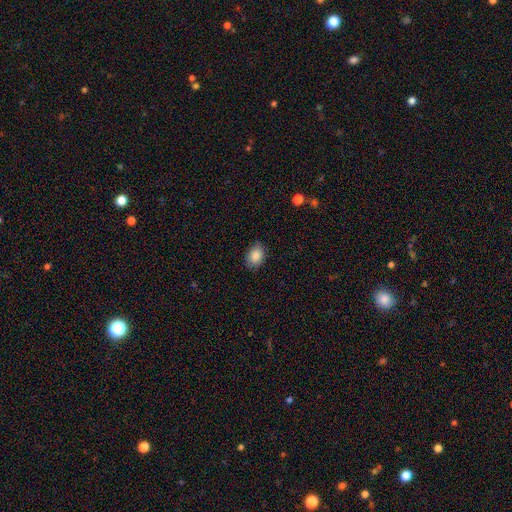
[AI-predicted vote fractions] This is clearly a smooth galaxy (86%). How rounded: likely in between (79%). Merging: clearly none (82%).